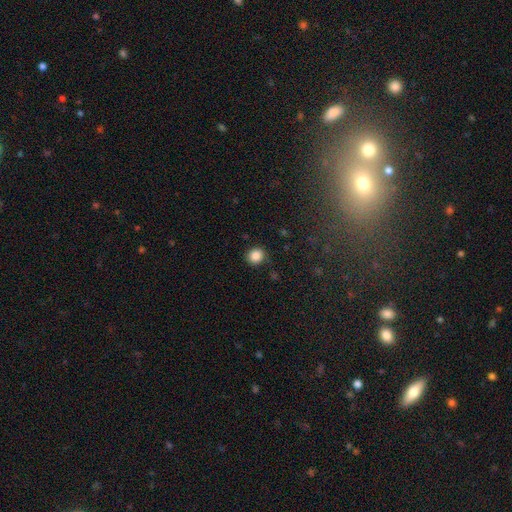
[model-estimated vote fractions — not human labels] The model was most divided on "how rounded": round: 86%, in between: 13%, cigar-shaped: 1%. More confident: merging — none (88%); smooth or featured — smooth (86%).